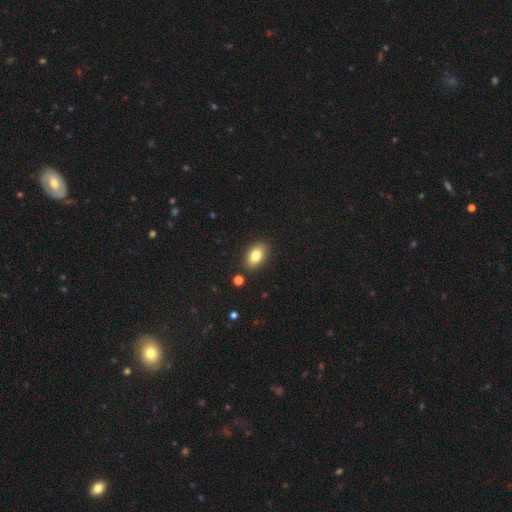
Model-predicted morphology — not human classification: Smooth or featured? Predicted: smooth (p=0.80). How rounded? Predicted: in between (p=0.89). Merging? Predicted: none (p=0.87).